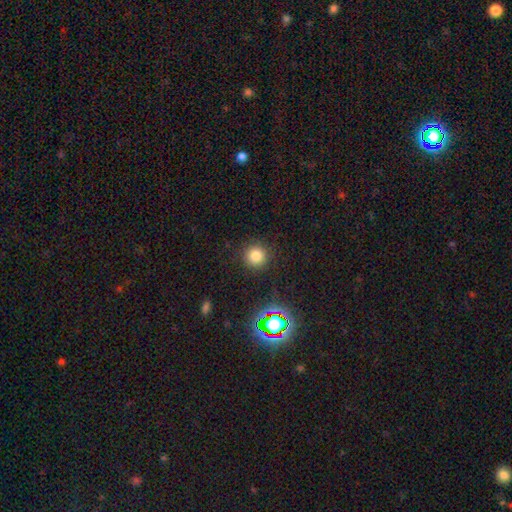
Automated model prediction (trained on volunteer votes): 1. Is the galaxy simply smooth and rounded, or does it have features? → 77% smooth, 17% star or artifact, 6% featured or disk.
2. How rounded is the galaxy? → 94% round, 5% in between, 1% cigar-shaped.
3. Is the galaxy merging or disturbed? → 89% none, 7% minor disturbance, 3% major disturbance, 1% merger.